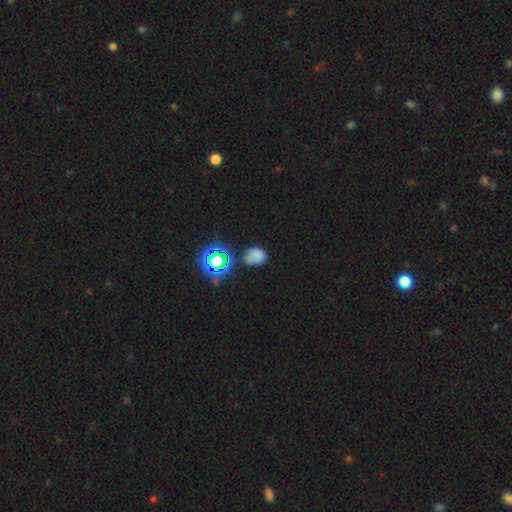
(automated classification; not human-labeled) Smooth or featured?
  - smooth: 63% *
  - star or artifact: 26%
  - featured or disk: 11%
How rounded?
  - round: 58% *
  - in between: 41%
  - cigar-shaped: 1%
Merging?
  - none: 60% *
  - minor disturbance: 24%
  - major disturbance: 9%
  - merger: 7%